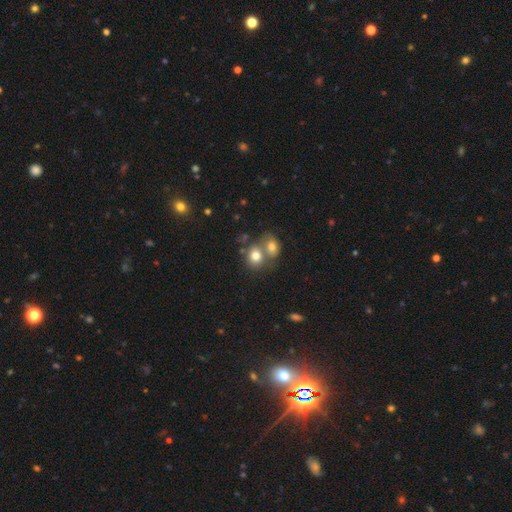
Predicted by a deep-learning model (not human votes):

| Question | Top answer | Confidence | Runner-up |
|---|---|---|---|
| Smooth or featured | smooth | 76% | featured or disk (13%) |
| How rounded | round | 64% | in between (35%) |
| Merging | merger | 57% | none (33%) |